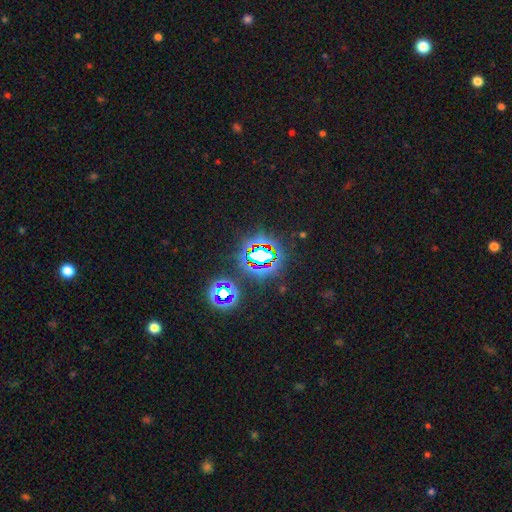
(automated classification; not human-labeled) The model was most divided on "smooth or featured": star or artifact: 78%, smooth: 13%, featured or disk: 8%.